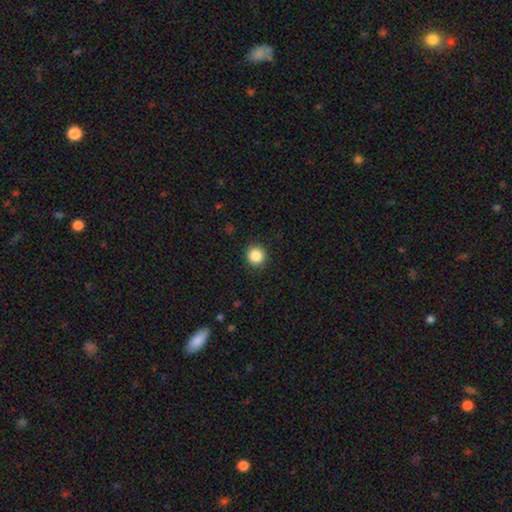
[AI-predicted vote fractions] A smooth galaxy with no disk features (87%) that is round (92%).

Vote fractions:
- Smooth or featured? smooth: 87% / star or artifact: 9% / featured or disk: 4%
- How rounded? round: 92% / in between: 7% / cigar-shaped: 1%
- Merging? none: 91% / minor disturbance: 6% / major disturbance: 2% / merger: 1%